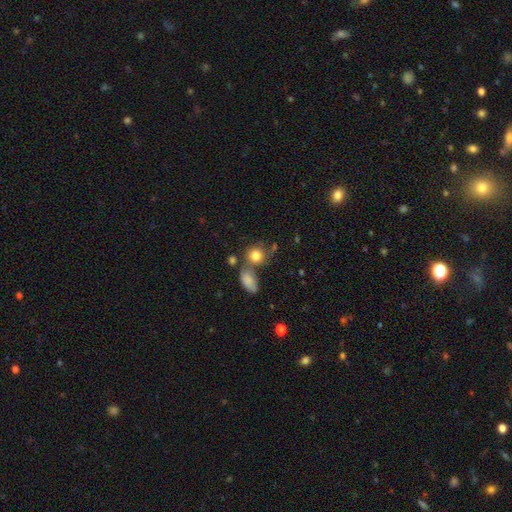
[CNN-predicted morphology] A smooth galaxy with no disk features (80%) that is round (75%). Merging: none (51%).